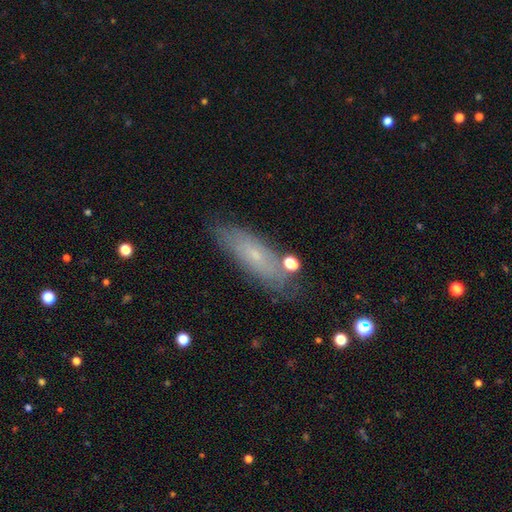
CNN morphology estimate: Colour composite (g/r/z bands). It shows a smooth galaxy with no disk features (52%) that is in between round and cigar-shaped (52%). Merging: none (75%).